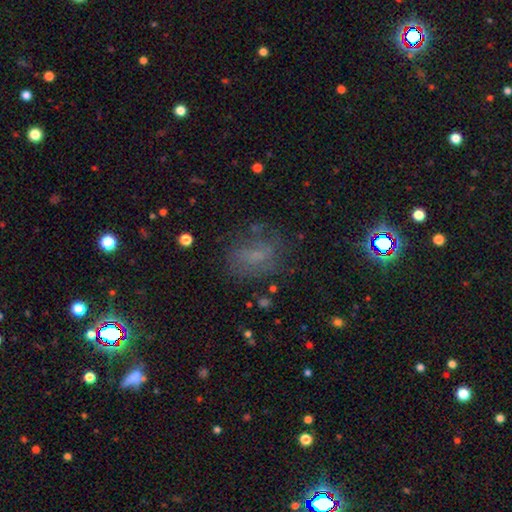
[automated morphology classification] Smooth or featured?
  - smooth: 43% *
  - star or artifact: 29%
  - featured or disk: 28%
Merging?
  - none: 64% *
  - minor disturbance: 19%
  - major disturbance: 14%
  - merger: 3%